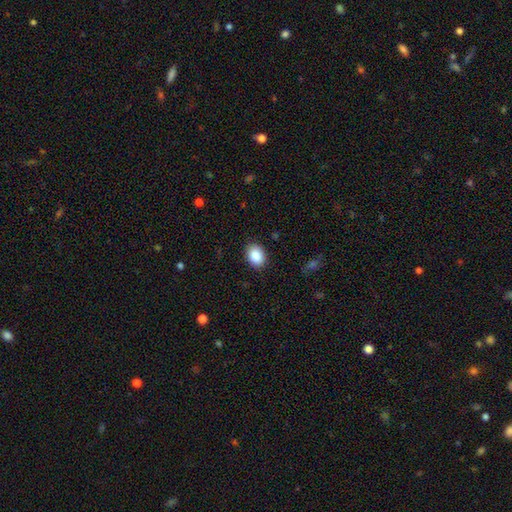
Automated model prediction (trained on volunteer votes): This appears to be a smooth galaxy with no disk features (90%) that is in between round and cigar-shaped (72%). Merging: none (87%).